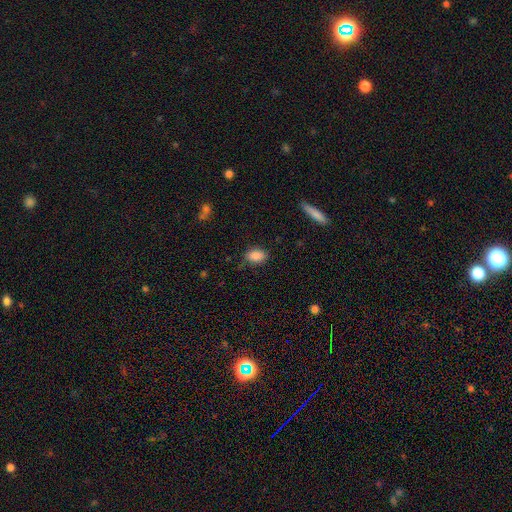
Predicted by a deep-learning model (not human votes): A smooth galaxy with no disk features (86%) that is in between round and cigar-shaped (86%).

Vote fractions:
- Smooth or featured? smooth: 86% / star or artifact: 9% / featured or disk: 5%
- How rounded? in between: 86% / round: 12% / cigar-shaped: 2%
- Merging? none: 73% / minor disturbance: 21% / major disturbance: 5% / merger: 2%